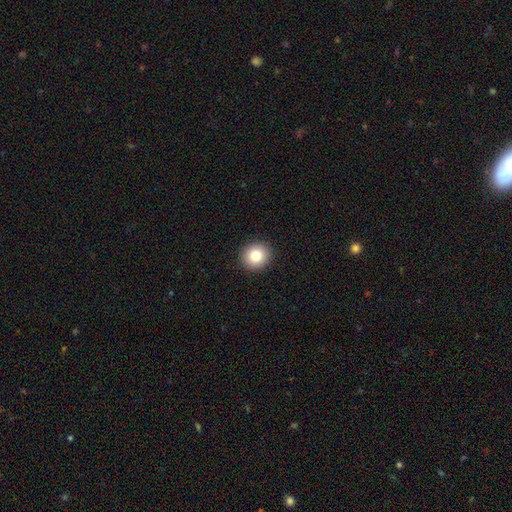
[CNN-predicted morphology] type=smooth (82%); roundness=round (85%); merging=none (92%).